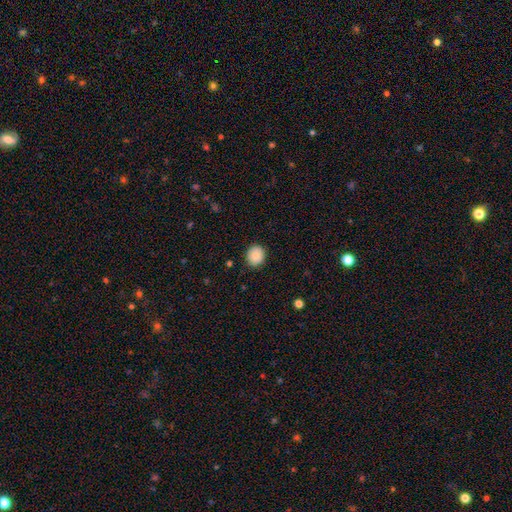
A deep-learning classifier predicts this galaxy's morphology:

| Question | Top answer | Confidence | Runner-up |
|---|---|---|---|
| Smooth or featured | smooth | 88% | star or artifact (8%) |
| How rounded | round | 81% | in between (18%) |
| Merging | none | 87% | minor disturbance (9%) |